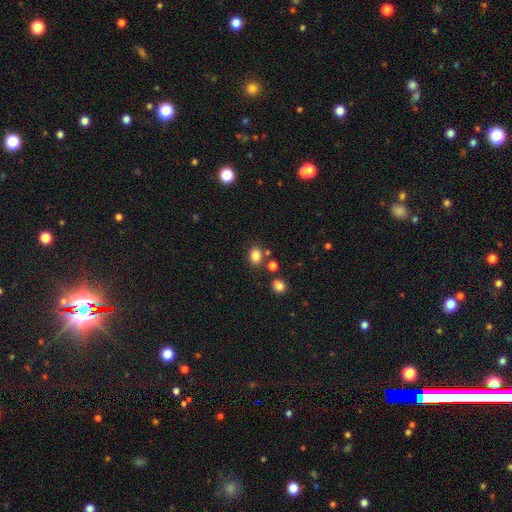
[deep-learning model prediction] The model was most divided on "how rounded": in between: 61%, round: 38%, cigar-shaped: 1%. More confident: smooth or featured — smooth (83%); merging — none (74%).